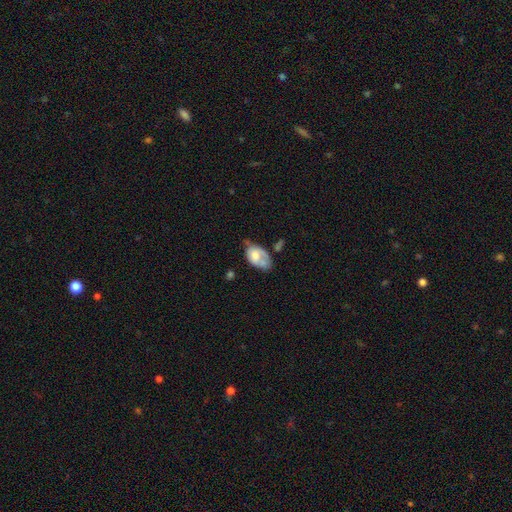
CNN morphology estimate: Overall: smooth (54%; featured or disk 39%). How rounded: in between (87%). Merging: minor disturbance (35%; major disturbance 27%).